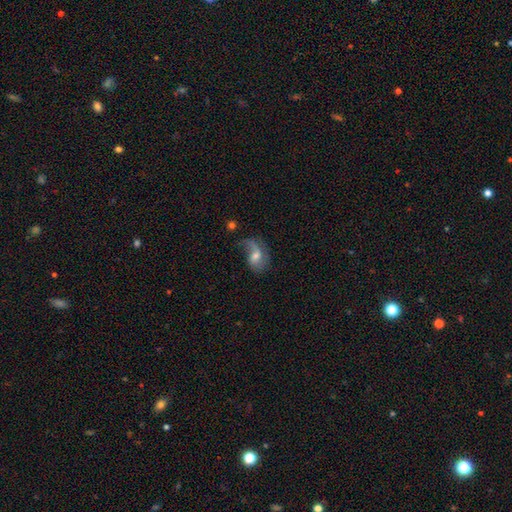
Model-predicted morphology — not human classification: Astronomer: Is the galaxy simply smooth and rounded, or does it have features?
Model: featured or disk — 55% (runner-up: smooth, 36%).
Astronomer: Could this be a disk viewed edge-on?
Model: no — 96%.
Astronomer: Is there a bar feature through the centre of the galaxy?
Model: no — 52% (runner-up: weak, 39%).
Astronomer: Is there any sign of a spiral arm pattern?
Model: yes — 79%.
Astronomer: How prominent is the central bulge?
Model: moderate — 54% (runner-up: small, 31%).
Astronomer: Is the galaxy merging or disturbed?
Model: major disturbance — 38% (runner-up: none, 32%).